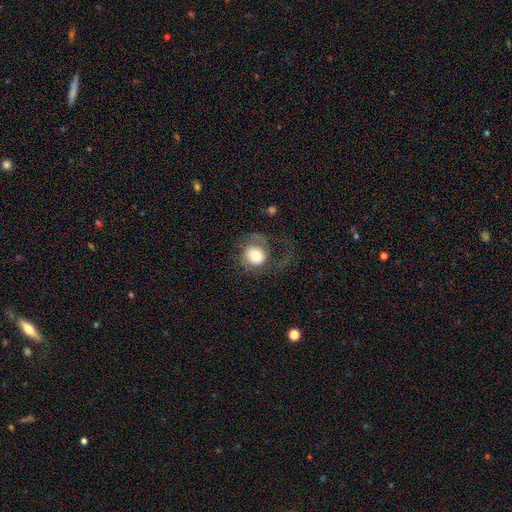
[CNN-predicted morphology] Smooth or featured? Predicted: smooth (p=0.54). How rounded? Predicted: round (p=0.78). Merging? Predicted: major disturbance (p=0.42).